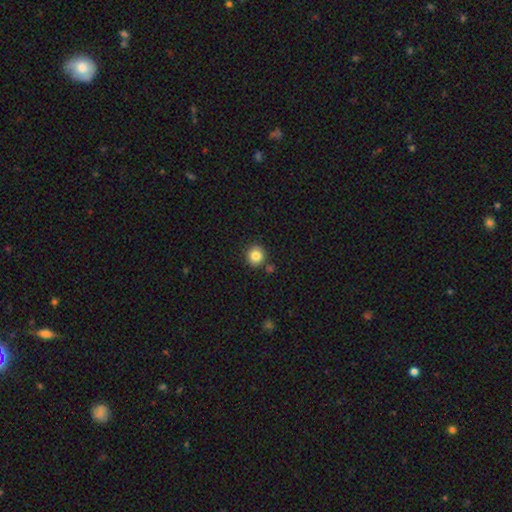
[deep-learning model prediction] The model was most divided on "smooth or featured": smooth: 84%, star or artifact: 10%, featured or disk: 6%. More confident: how rounded — round (88%); merging — none (85%).